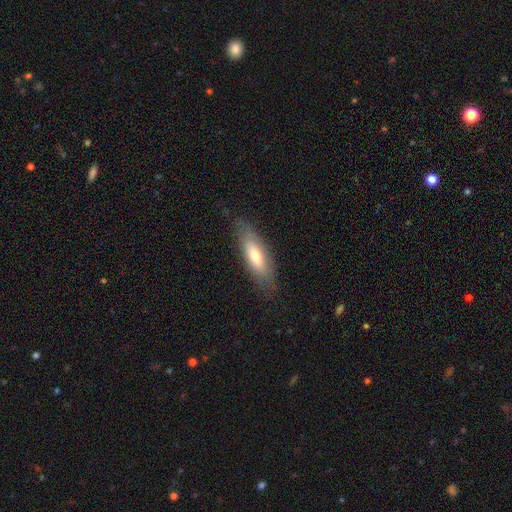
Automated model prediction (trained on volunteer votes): Smooth or featured? smooth (62%)
How rounded? in between (52%)
Merging? none (81%)